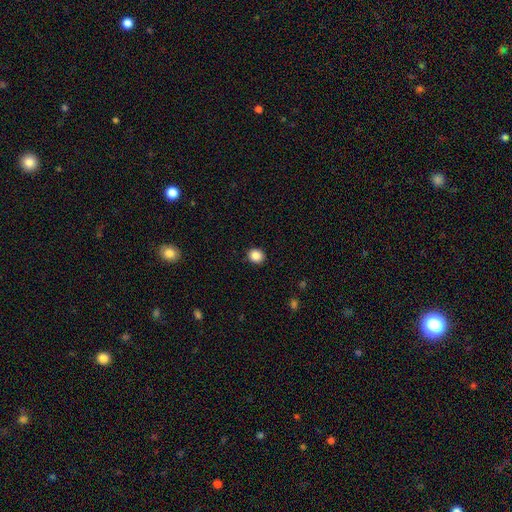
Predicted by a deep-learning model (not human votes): The model was most divided on "how rounded": round: 76%, in between: 23%, cigar-shaped: 1%. More confident: merging — none (91%); smooth or featured — smooth (87%).